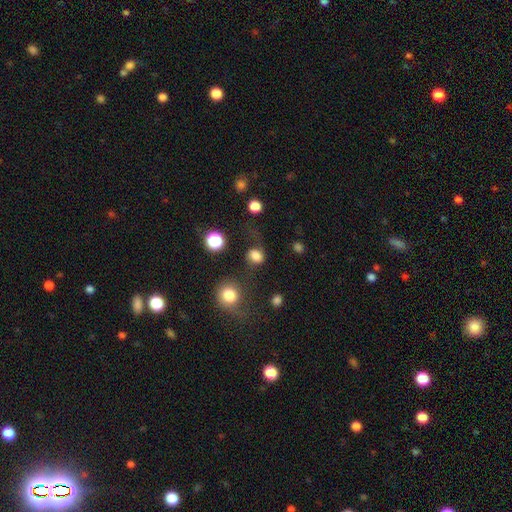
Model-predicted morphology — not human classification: This is likely a smooth galaxy (76%). How rounded: likely round (64%). Merging: possibly none (47%).